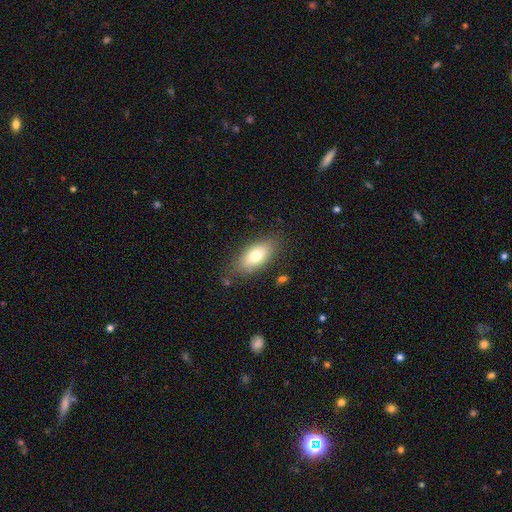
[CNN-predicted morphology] smooth-or-featured: smooth: 75% | featured or disk: 18% | star or artifact: 8%
  how-rounded: in between: 86% | cigar-shaped: 11% | round: 4%
  merging: none: 79% | minor disturbance: 15% | major disturbance: 4% | merger: 2%